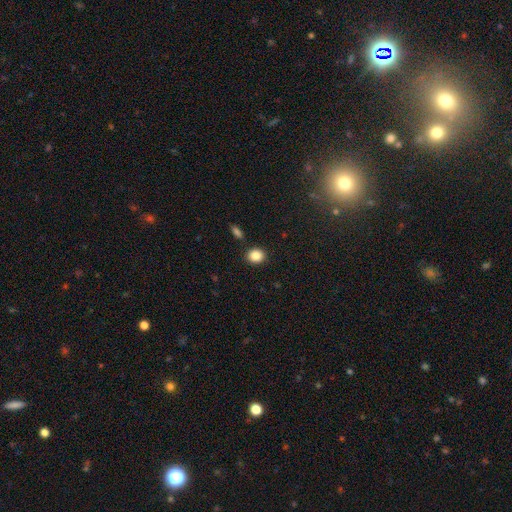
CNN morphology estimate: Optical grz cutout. It shows a smooth galaxy with no disk features (87%) that is round (71%). Merging: none (87%).